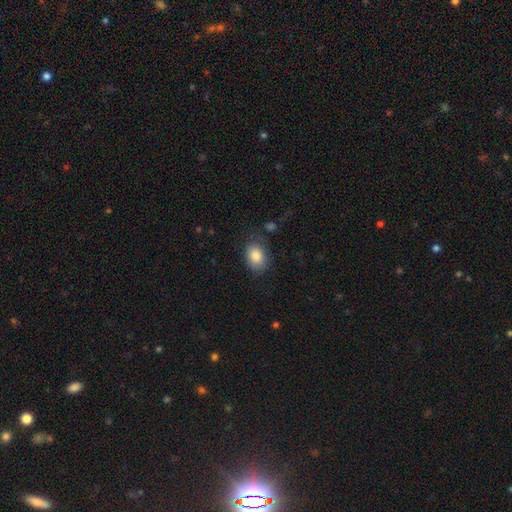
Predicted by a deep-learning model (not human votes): smooth-or-featured: smooth: 86% | star or artifact: 7% | featured or disk: 7%
  how-rounded: in between: 73% | round: 26% | cigar-shaped: 1%
  merging: none: 71% | minor disturbance: 19% | major disturbance: 7% | merger: 3%